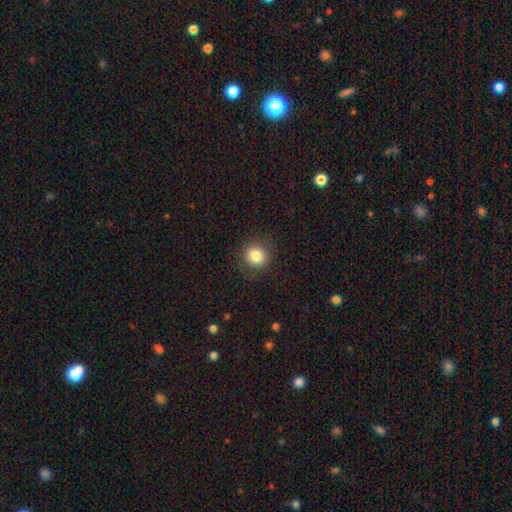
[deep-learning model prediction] A smooth galaxy with no disk features (83%) that is round (89%).

Vote fractions:
- Smooth or featured? smooth: 83% / star or artifact: 11% / featured or disk: 6%
- How rounded? round: 89% / in between: 10% / cigar-shaped: 1%
- Merging? none: 88% / minor disturbance: 8% / major disturbance: 3% / merger: 1%